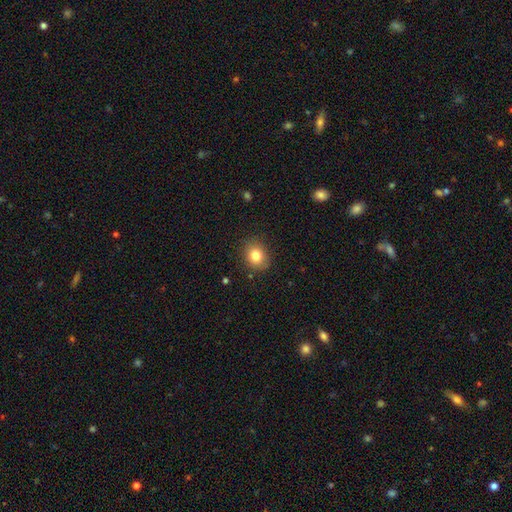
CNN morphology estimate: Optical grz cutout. It shows a smooth galaxy with no disk features (81%) that is round (61%). Merging: none (87%).